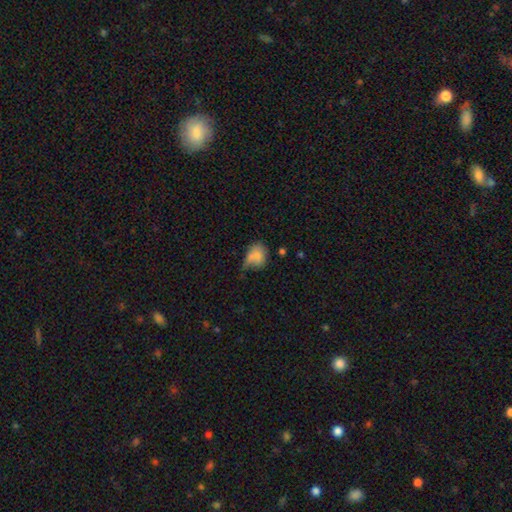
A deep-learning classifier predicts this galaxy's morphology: smooth 72%, featured or disk 17%, star or artifact 11%. Down the decision tree: how rounded — in between (58%); merging — none (36%).